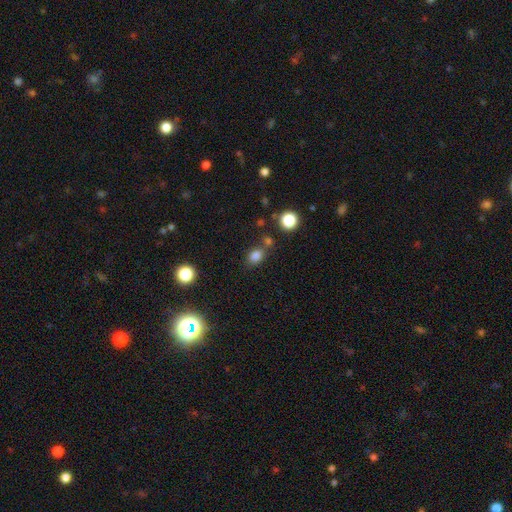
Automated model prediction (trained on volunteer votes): A smooth galaxy with no disk features (80%) that is in between round and cigar-shaped (61%).

Vote fractions:
- Smooth or featured? smooth: 80% / star or artifact: 13% / featured or disk: 6%
- How rounded? in between: 61% / round: 38% / cigar-shaped: 1%
- Merging? none: 67% / merger: 16% / minor disturbance: 13% / major disturbance: 4%